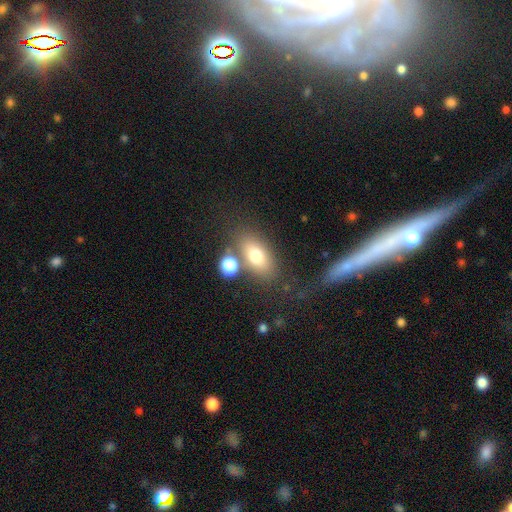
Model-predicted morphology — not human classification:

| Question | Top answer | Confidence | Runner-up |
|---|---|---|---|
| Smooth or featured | smooth | 72% | featured or disk (17%) |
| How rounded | in between | 83% | round (12%) |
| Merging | none | 70% | minor disturbance (13%) |